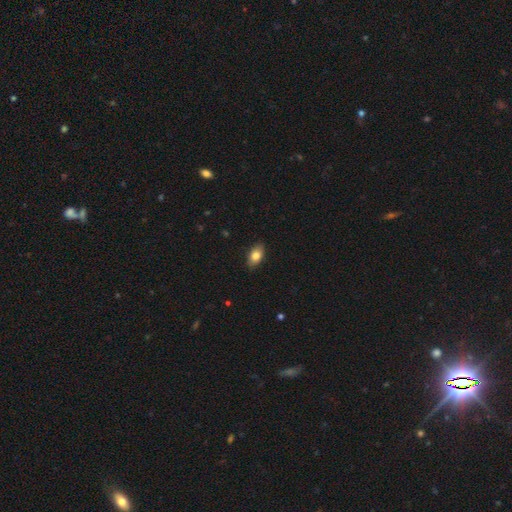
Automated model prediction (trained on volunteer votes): Smooth or featured?
  - smooth: 80% *
  - featured or disk: 12%
  - star or artifact: 7%
How rounded?
  - in between: 90% *
  - round: 7%
  - cigar-shaped: 3%
Merging?
  - none: 87% *
  - minor disturbance: 10%
  - major disturbance: 2%
  - merger: 1%